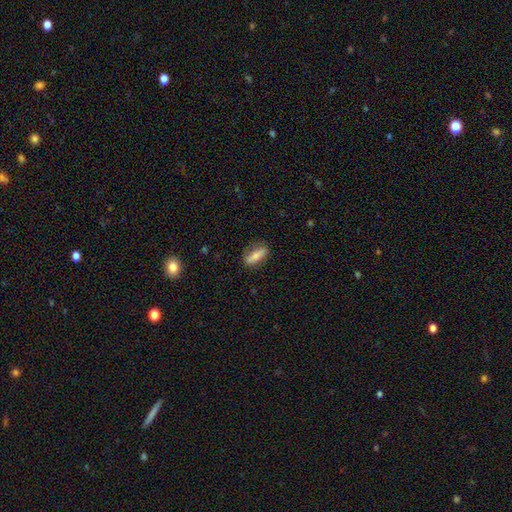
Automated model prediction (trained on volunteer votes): Smooth or featured? Predicted: smooth (p=0.71). How rounded? Predicted: in between (p=0.63). Merging? Predicted: none (p=0.76).